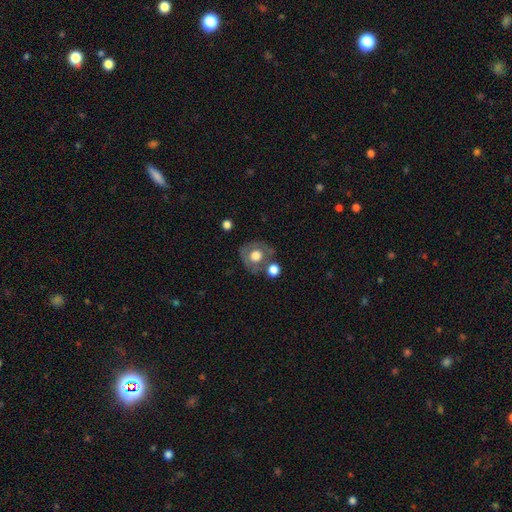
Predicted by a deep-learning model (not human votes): smooth-or-featured: smooth: 51% | featured or disk: 40% | star or artifact: 8%
  how-rounded: round: 78% | in between: 21% | cigar-shaped: 1%
  merging: none: 57% | minor disturbance: 18% | merger: 16% | major disturbance: 9%